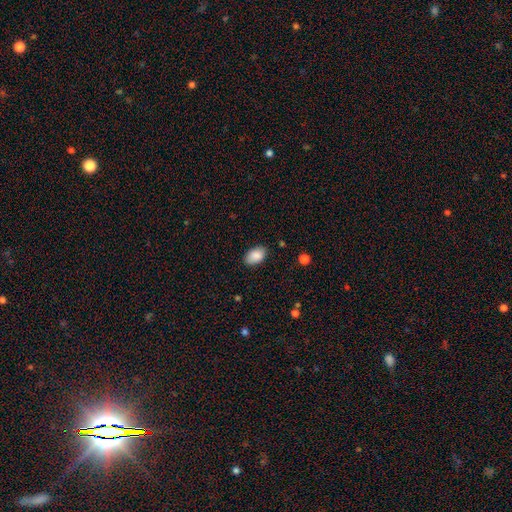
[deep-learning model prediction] This is clearly a smooth galaxy (88%). How rounded: clearly in between (92%). Merging: clearly none (85%).